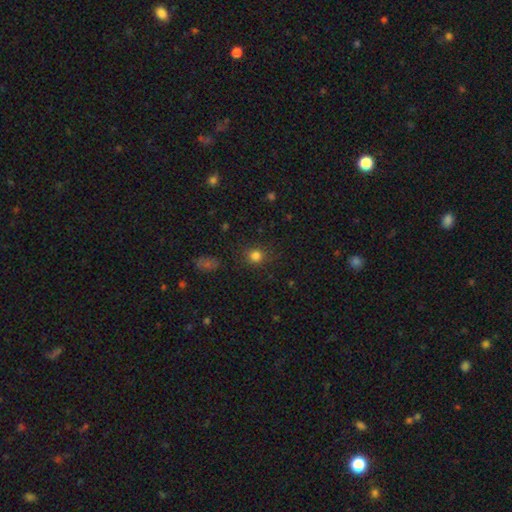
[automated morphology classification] The model was most divided on "smooth or featured": smooth: 82%, star or artifact: 14%, featured or disk: 5%. More confident: how rounded — round (86%); merging — none (86%).